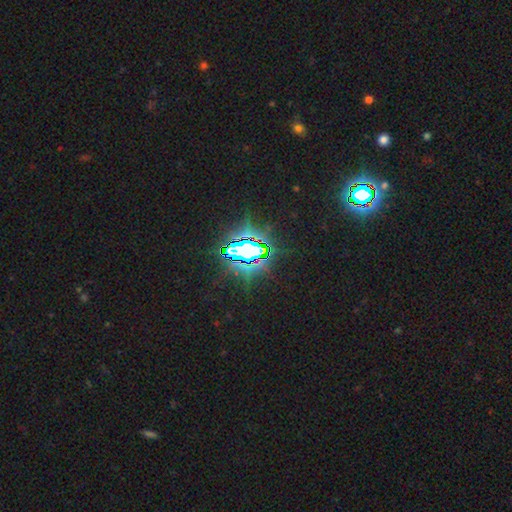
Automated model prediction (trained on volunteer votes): This appears to be a star or artifact, not a galaxy (78%).